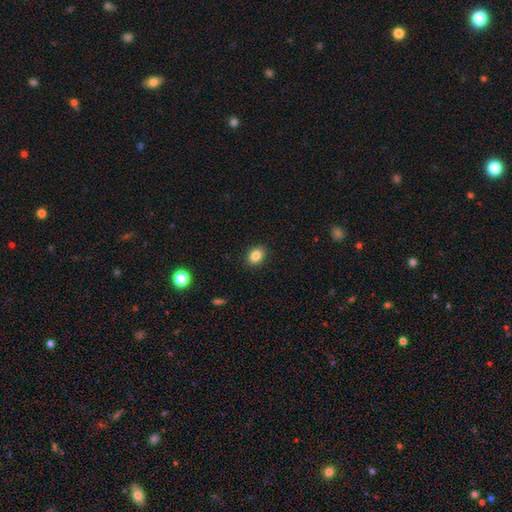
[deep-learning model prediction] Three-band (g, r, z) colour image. It shows a smooth galaxy with no disk features (84%) that is in between round and cigar-shaped (62%). Merging: none (90%).